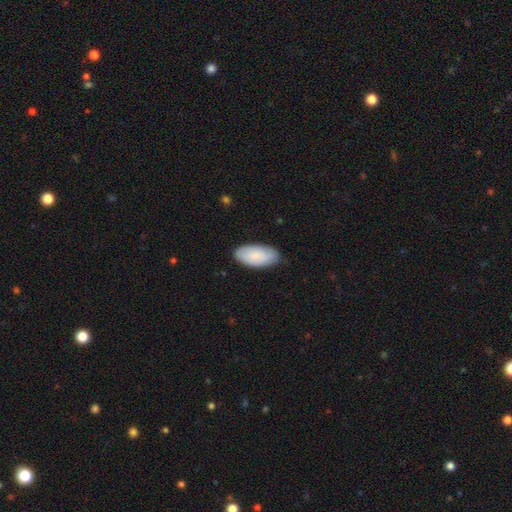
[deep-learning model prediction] This is clearly a smooth galaxy (82%). How rounded: clearly in between (93%). Merging: clearly none (80%).